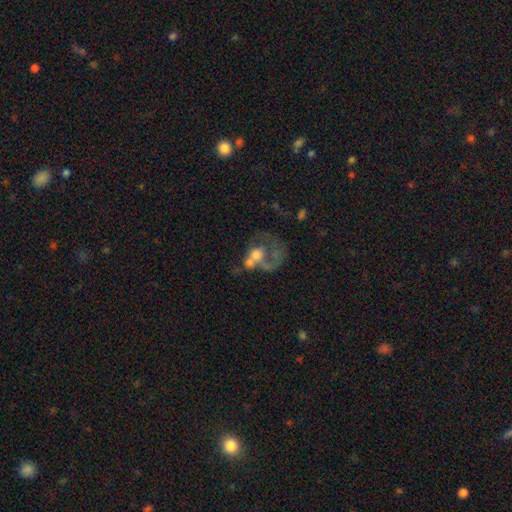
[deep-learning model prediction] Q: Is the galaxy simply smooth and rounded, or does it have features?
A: featured or disk — 50%.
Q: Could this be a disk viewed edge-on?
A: no — 97%.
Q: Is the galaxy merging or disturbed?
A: merger — 37%.